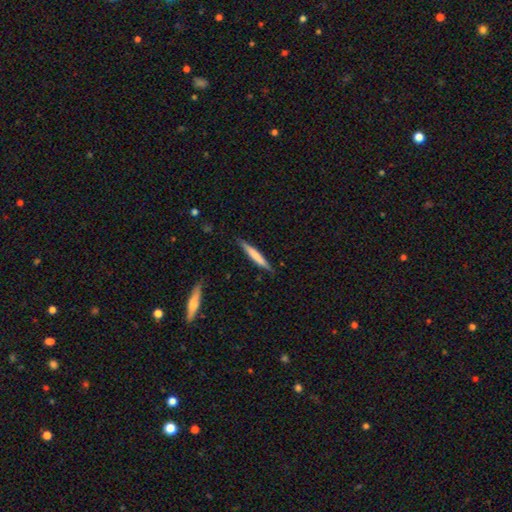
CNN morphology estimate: Smooth or featured?
  - smooth: 62% *
  - featured or disk: 33%
  - star or artifact: 5%
How rounded?
  - cigar-shaped: 95% *
  - in between: 4%
  - round: 1%
Merging?
  - none: 87% *
  - minor disturbance: 10%
  - major disturbance: 2%
  - merger: 1%